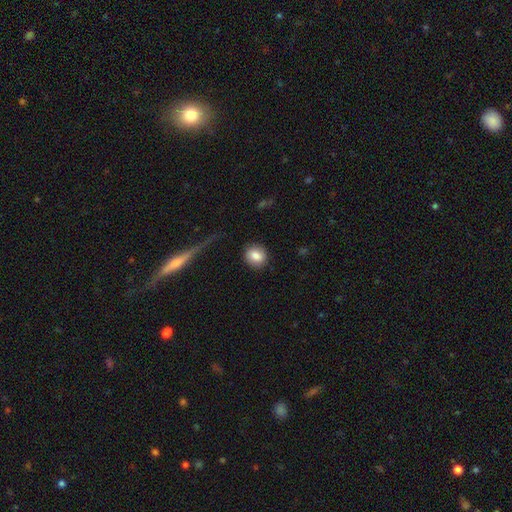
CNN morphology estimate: Smooth or featured? smooth (84%)
How rounded? round (74%)
Merging? none (86%)